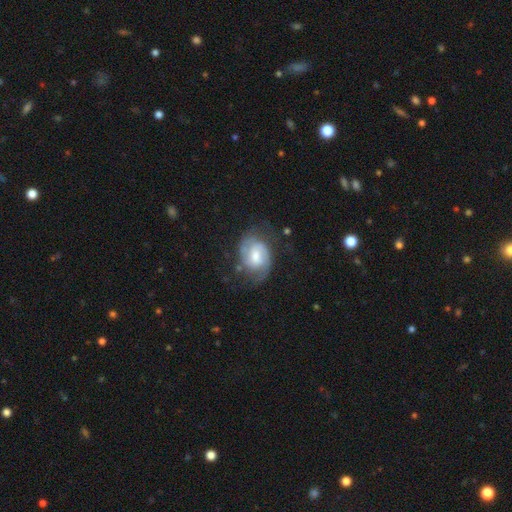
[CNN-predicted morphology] Smooth or featured: featured or disk — 72% (smooth — 22%)
Edge-on disk: no — 97% (yes — 3%)
Bar: weak — 49% (no — 39%)
Spiral arms: yes — 90% (no — 10%)
Spiral winding: medium — 44% (tight — 36%)
Spiral arm count: 2 — 74% (can't tell — 15%)
Bulge size: moderate — 56% (small — 25%)
Merging: none — 56% (minor disturbance — 24%)